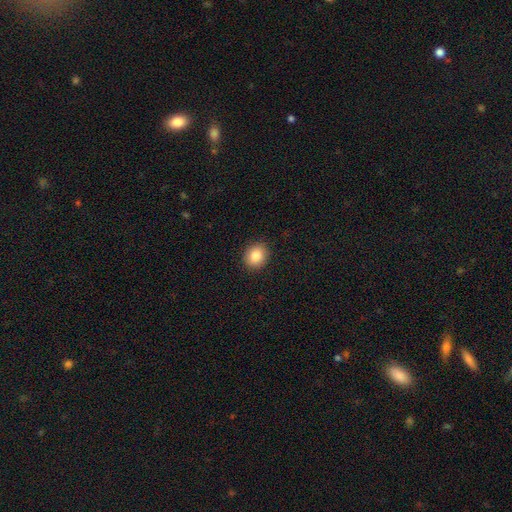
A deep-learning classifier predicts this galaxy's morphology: smooth 85%, star or artifact 9%, featured or disk 6%. Down the decision tree: how rounded — round (68%); merging — none (90%).